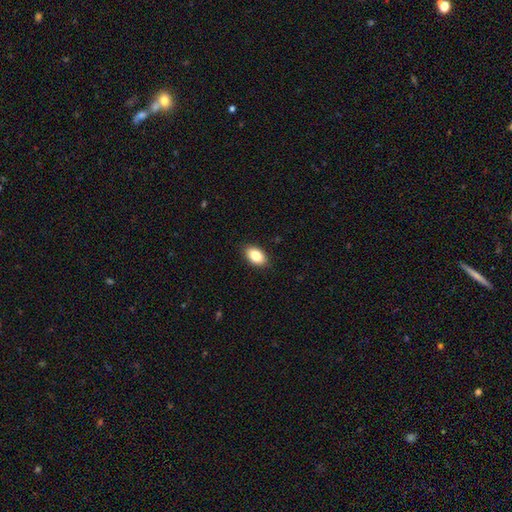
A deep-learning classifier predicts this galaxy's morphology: Smooth or featured?
  - smooth: 85% *
  - featured or disk: 8%
  - star or artifact: 7%
How rounded?
  - in between: 90% *
  - round: 8%
  - cigar-shaped: 2%
Merging?
  - none: 88% *
  - minor disturbance: 9%
  - major disturbance: 2%
  - merger: 1%